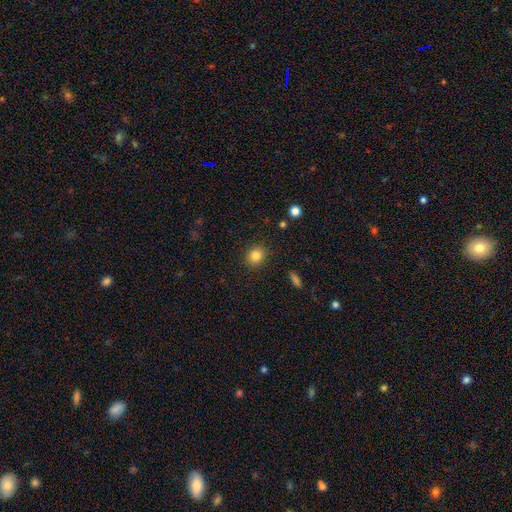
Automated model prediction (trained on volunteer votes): smooth 83%, star or artifact 11%, featured or disk 6%. Down the decision tree: how rounded — round (76%); merging — none (89%).